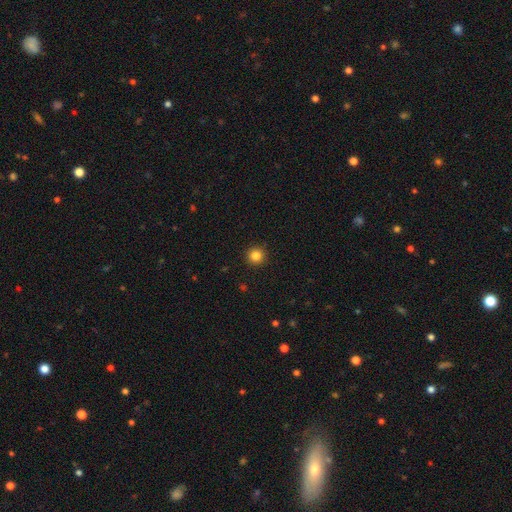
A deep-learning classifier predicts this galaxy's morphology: Smooth or featured? smooth (84%)
How rounded? round (95%)
Merging? none (93%)